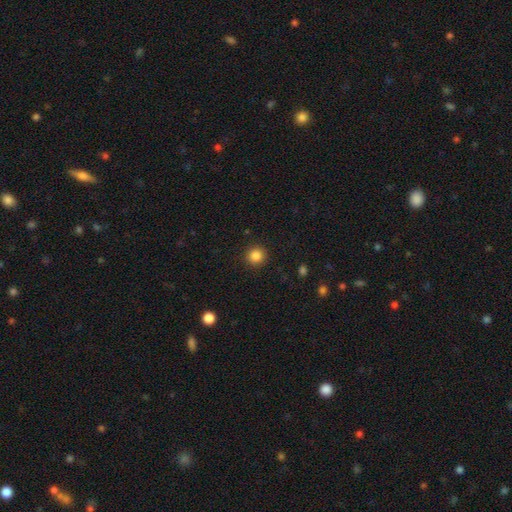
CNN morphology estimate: smooth 86%, star or artifact 11%, featured or disk 4%. Down the decision tree: how rounded — round (94%); merging — none (92%).